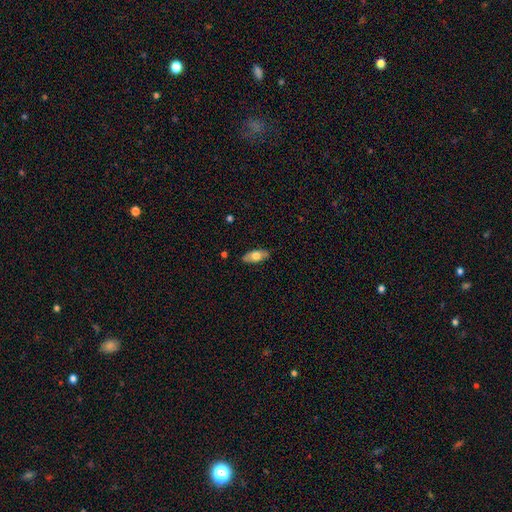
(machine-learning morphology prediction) Smooth or featured: smooth — 65% (featured or disk — 29%)
How rounded: in between — 85% (cigar-shaped — 12%)
Merging: none — 84% (minor disturbance — 13%)